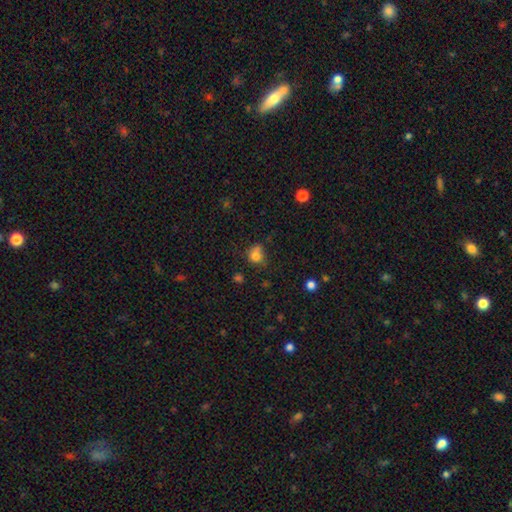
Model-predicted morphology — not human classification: Overall: smooth (78%). How rounded: round (67%; in between 32%). Merging: none (48%; minor disturbance 26%).